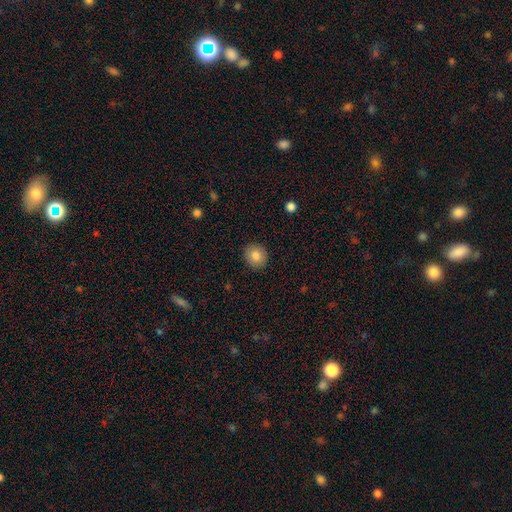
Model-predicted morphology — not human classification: This is clearly a smooth galaxy (82%). How rounded: clearly round (82%). Merging: clearly none (91%).